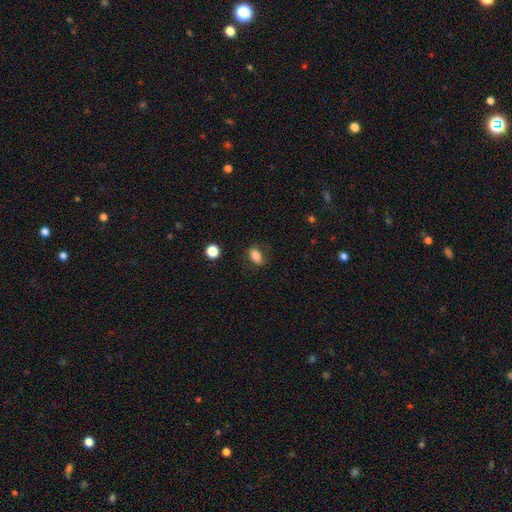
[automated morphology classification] Smooth or featured: smooth — 82% (star or artifact — 9%)
How rounded: in between — 84% (round — 13%)
Merging: none — 79% (minor disturbance — 15%)